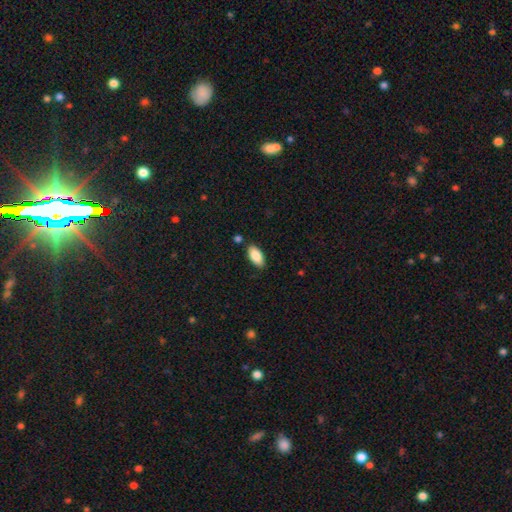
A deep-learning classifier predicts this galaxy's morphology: Smooth or featured? Predicted: smooth (p=0.86). How rounded? Predicted: in between (p=0.92). Merging? Predicted: none (p=0.84).